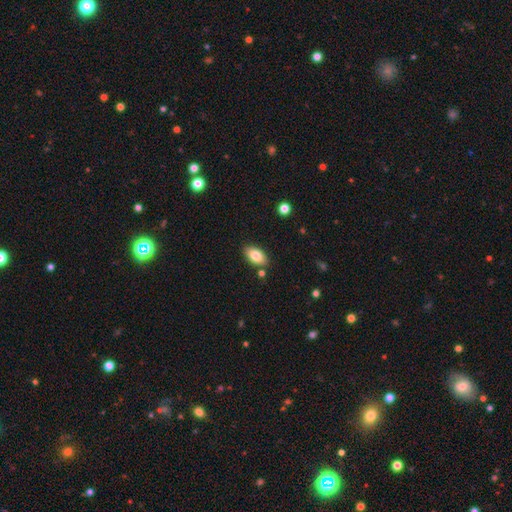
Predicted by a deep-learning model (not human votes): smooth 82%, featured or disk 11%, star or artifact 7%. Down the decision tree: how rounded — in between (93%); merging — none (85%).